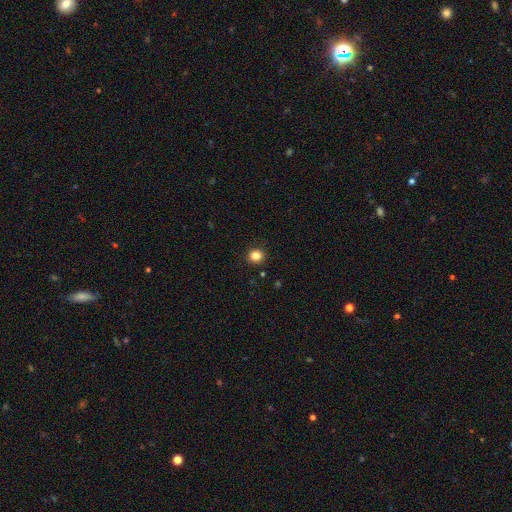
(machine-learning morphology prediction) Smooth or featured: smooth — 85% (star or artifact — 11%)
How rounded: round — 88% (in between — 11%)
Merging: none — 91% (minor disturbance — 6%)